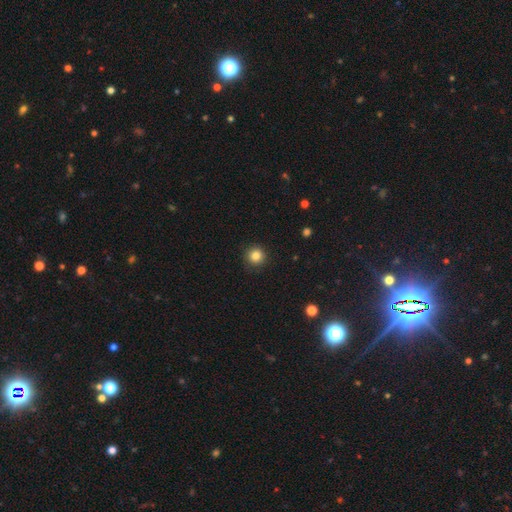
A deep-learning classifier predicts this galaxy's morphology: Smooth or featured: smooth — 84% (star or artifact — 11%)
How rounded: round — 95% (in between — 4%)
Merging: none — 91% (minor disturbance — 6%)